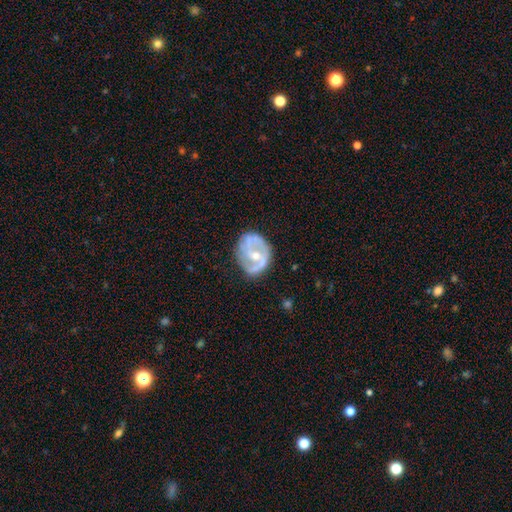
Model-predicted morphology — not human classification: A featured or disk galaxy (79%) with no bar (42%), 2 (68%) medium (43%) spiral arms (81%) and a moderate central bulge (53%). Merging: none (64%).